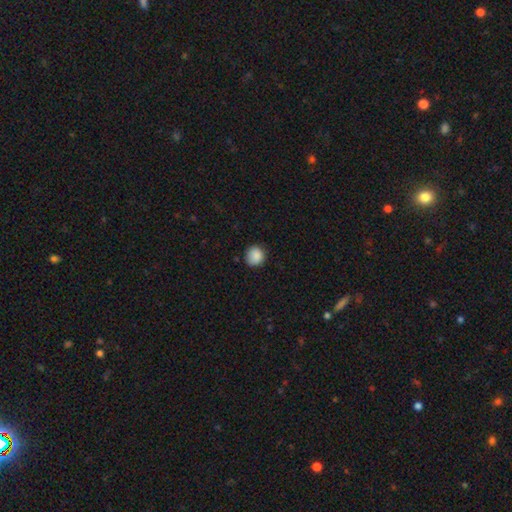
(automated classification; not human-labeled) Smooth or featured: smooth — 88% (star or artifact — 9%)
How rounded: round — 89% (in between — 10%)
Merging: none — 83% (minor disturbance — 14%)